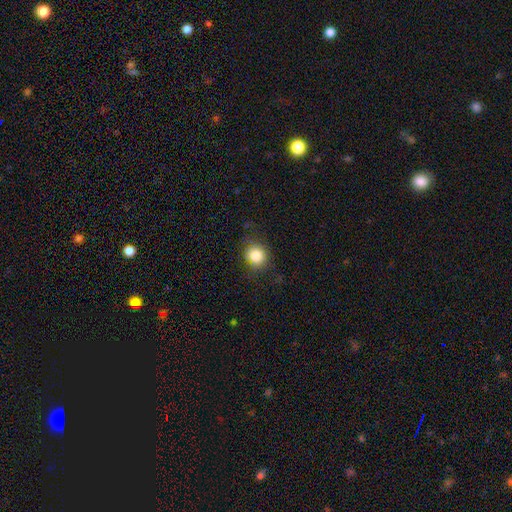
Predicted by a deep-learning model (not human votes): Morphology: type=smooth (84%); roundness=round (87%); merging=none (82%).